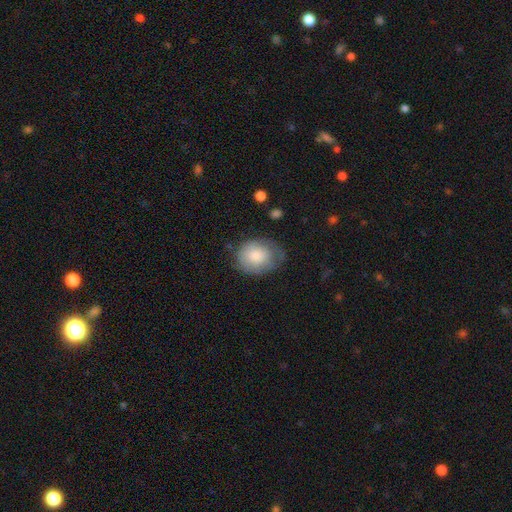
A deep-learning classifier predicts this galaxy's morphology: Overall: smooth (75%). How rounded: in between (53%; round 47%). Merging: none (56%; minor disturbance 30%).